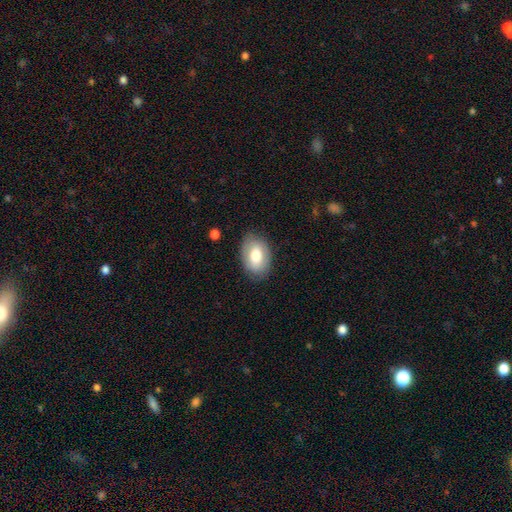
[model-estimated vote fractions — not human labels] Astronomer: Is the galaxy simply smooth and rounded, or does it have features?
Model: smooth — 74%.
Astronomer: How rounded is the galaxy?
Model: in between — 86%.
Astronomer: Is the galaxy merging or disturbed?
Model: none — 81%.